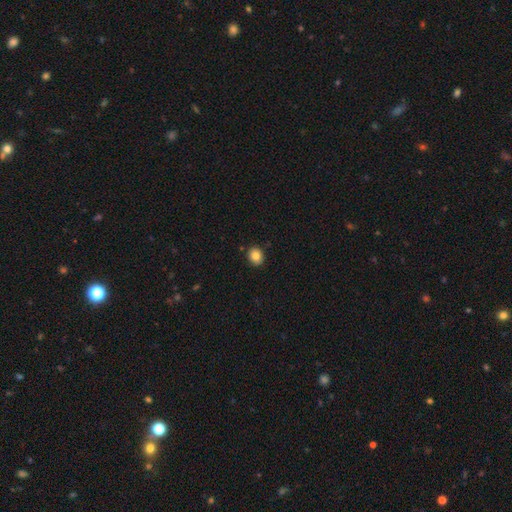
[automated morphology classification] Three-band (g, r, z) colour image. It shows a smooth galaxy with no disk features (83%) that is round (68%). Merging: none (88%).